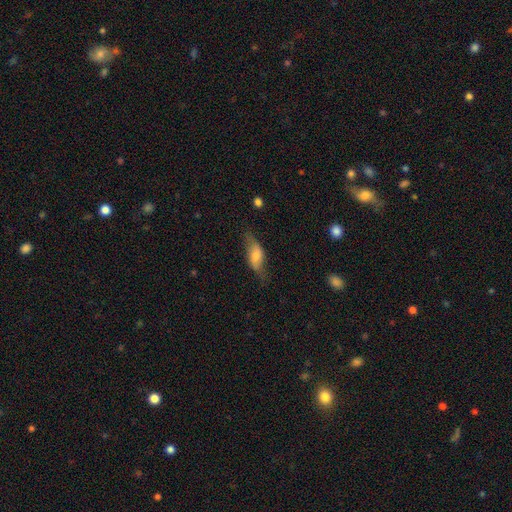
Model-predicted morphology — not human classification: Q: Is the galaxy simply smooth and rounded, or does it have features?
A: smooth — 57%.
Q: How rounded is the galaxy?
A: in between — 77%.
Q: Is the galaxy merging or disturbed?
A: none — 58%.